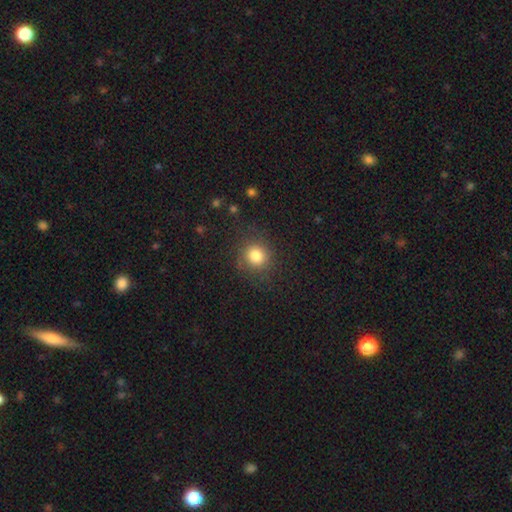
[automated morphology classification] The model was most divided on "smooth or featured": smooth: 81%, star or artifact: 12%, featured or disk: 7%. More confident: how rounded — round (88%); merging — none (83%).